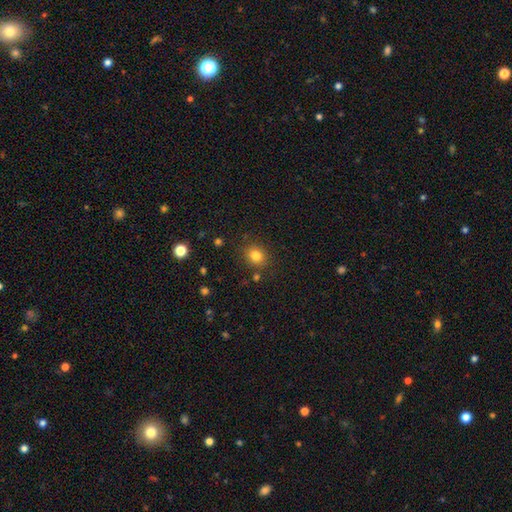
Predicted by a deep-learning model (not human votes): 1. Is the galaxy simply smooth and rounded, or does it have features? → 81% smooth, 12% star or artifact, 7% featured or disk.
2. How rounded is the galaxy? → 66% round, 33% in between, 1% cigar-shaped.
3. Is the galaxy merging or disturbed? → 83% none, 10% minor disturbance, 4% merger, 3% major disturbance.